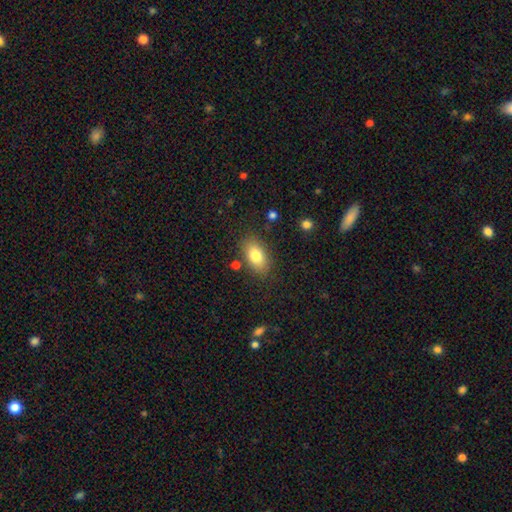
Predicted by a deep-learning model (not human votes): Overall: smooth (79%). How rounded: in between (90%). Merging: none (82%).